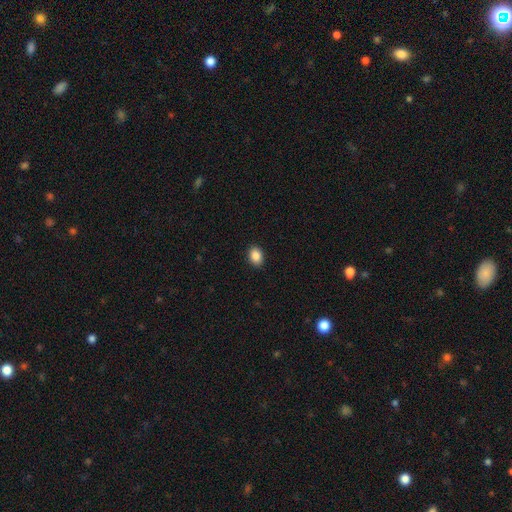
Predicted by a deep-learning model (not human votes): Q: Smooth or featured?
A: smooth (88%); runner-up: star or artifact (9%)
Q: How rounded?
A: in between (69%); runner-up: round (30%)
Q: Merging?
A: none (91%); runner-up: minor disturbance (7%)